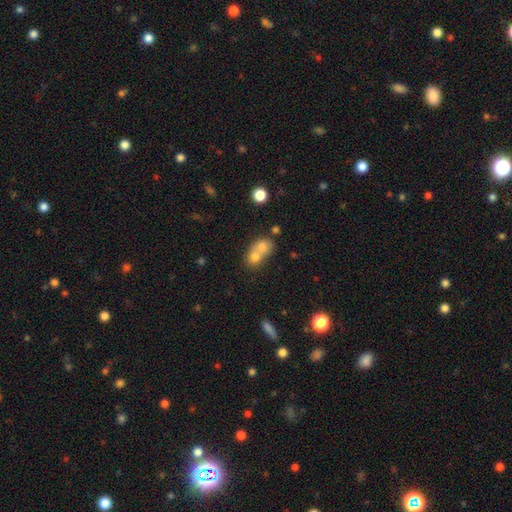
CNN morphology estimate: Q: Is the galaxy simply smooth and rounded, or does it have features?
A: smooth — 70%.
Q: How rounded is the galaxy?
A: round — 55%.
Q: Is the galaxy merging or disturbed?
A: merger — 69%.